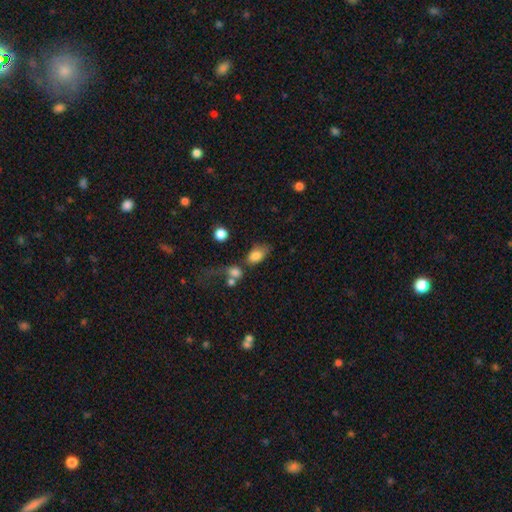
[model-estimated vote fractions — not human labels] Smooth or featured? Predicted: smooth (p=0.82). How rounded? Predicted: in between (p=0.88). Merging? Predicted: none (p=0.42).